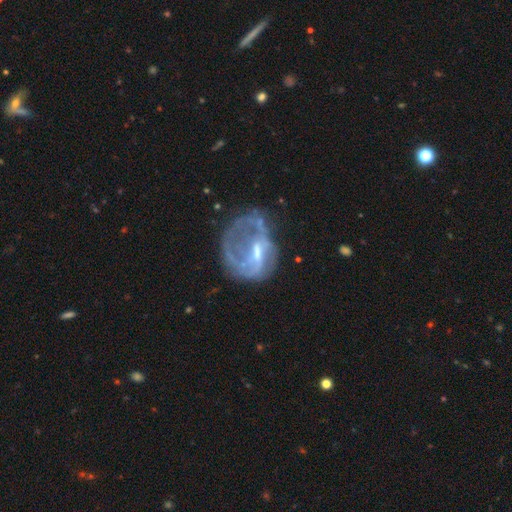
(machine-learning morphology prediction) smooth_or_featured: featured or disk (p=0.69) [alt: smooth p=0.20]
disk_edge_on: no (p=0.97) [alt: yes p=0.03]
bar: weak (p=0.47) [alt: no p=0.37]
has_spiral_arms: yes (p=0.54) [alt: no p=0.46]
bulge_size: small (p=0.44) [alt: moderate p=0.35]
merging: major disturbance (p=0.39) [alt: none p=0.34]